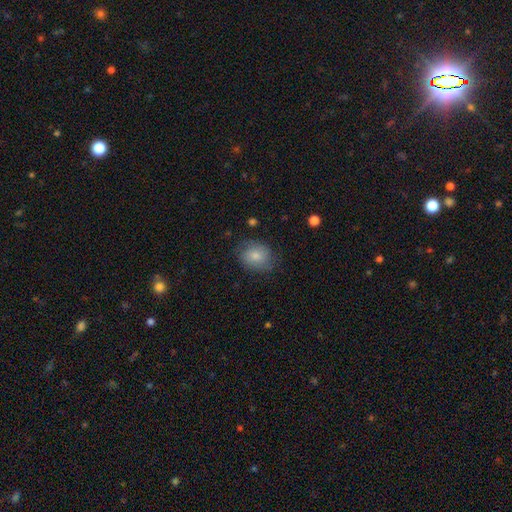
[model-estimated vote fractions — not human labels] Smooth or featured: smooth — 75% (featured or disk — 17%)
How rounded: round — 52% (in between — 47%)
Merging: none — 70% (minor disturbance — 21%)